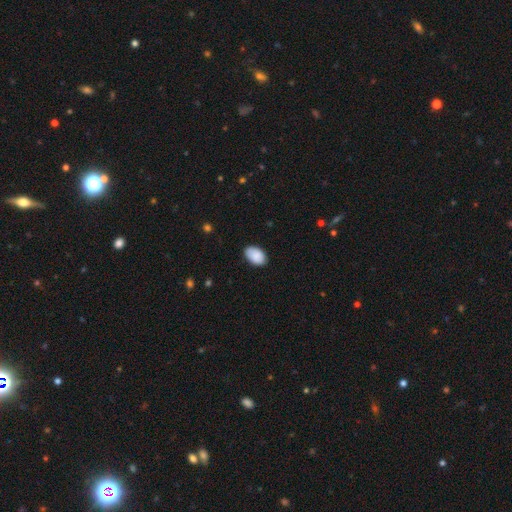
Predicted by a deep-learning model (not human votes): Morphology: type=smooth (88%); roundness=in between (93%); merging=none (83%).